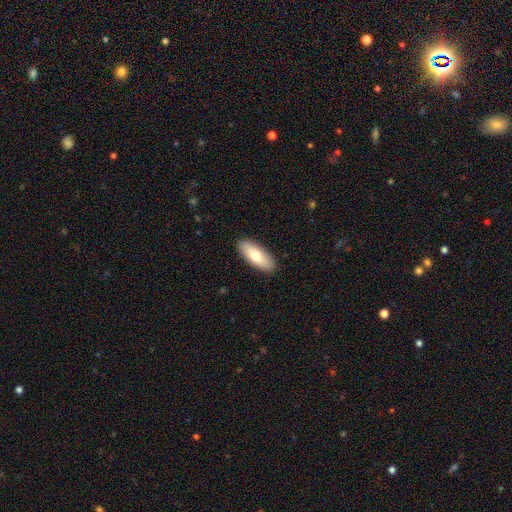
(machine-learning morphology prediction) The model was most divided on "smooth or featured": smooth: 71%, featured or disk: 23%, star or artifact: 6%. More confident: merging — none (90%); how rounded — in between (76%).